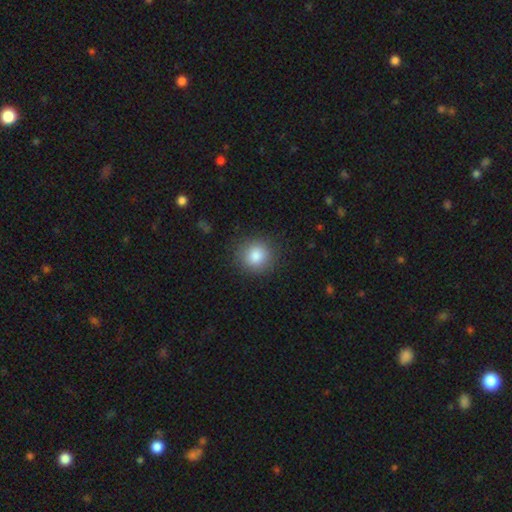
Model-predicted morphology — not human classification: Smooth or featured: smooth — 85% (star or artifact — 9%)
How rounded: round — 89% (in between — 10%)
Merging: none — 87% (minor disturbance — 9%)